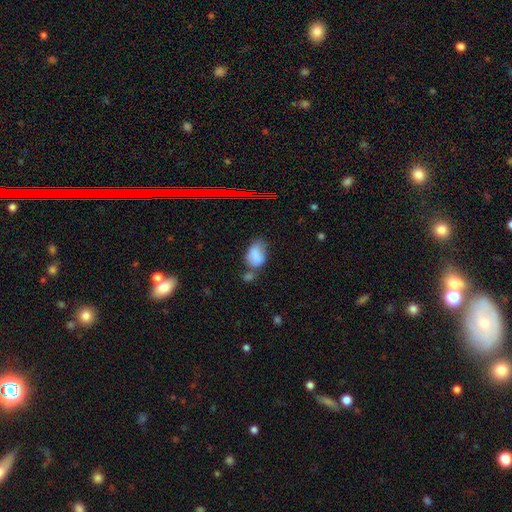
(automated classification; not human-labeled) Overall: smooth (78%). How rounded: in between (86%). Merging: none (38%; minor disturbance 30%).